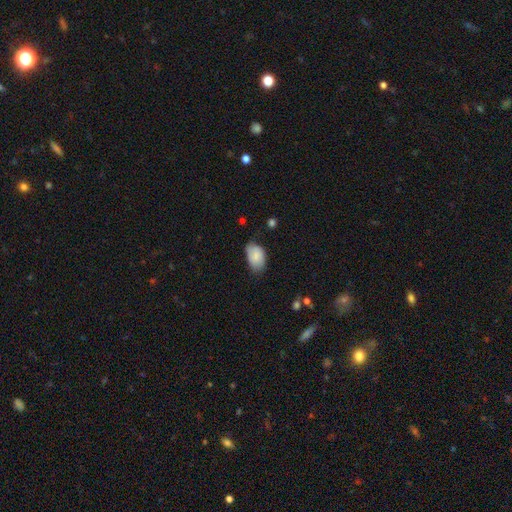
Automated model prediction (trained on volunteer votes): Smooth or featured? smooth (83%)
How rounded? in between (90%)
Merging? none (58%)